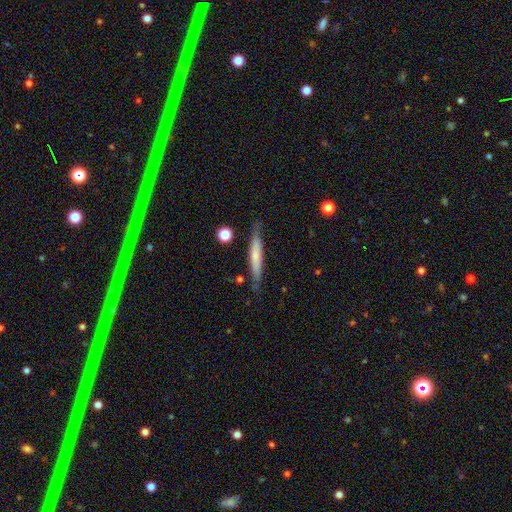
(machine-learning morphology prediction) type=smooth (58%); roundness=cigar-shaped (93%); merging=none (80%).